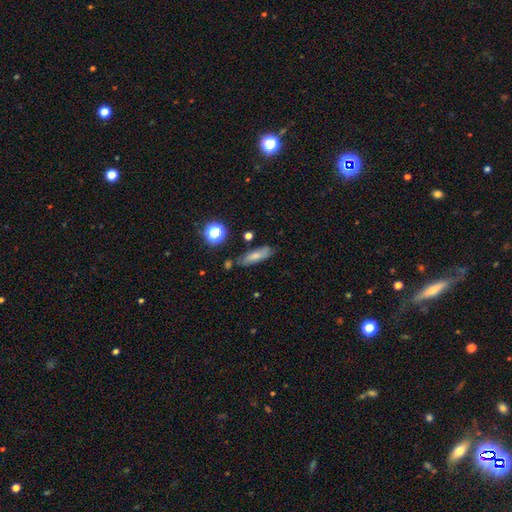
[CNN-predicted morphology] Overall: smooth (68%). How rounded: cigar-shaped (50%; in between 45%). Merging: none (74%).